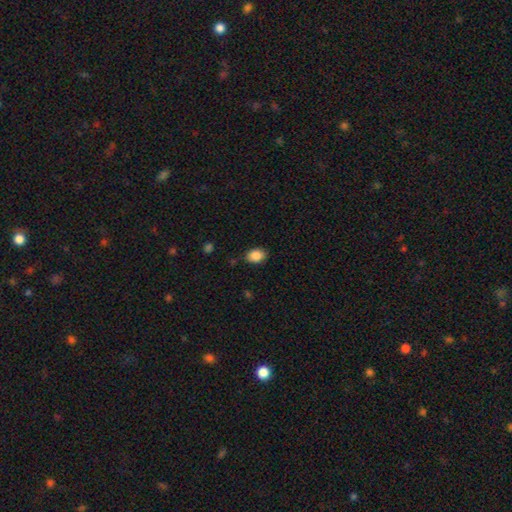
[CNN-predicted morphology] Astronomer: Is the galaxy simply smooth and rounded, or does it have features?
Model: smooth — 88%.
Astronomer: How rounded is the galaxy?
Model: in between — 76%.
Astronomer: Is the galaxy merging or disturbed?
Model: none — 82%.